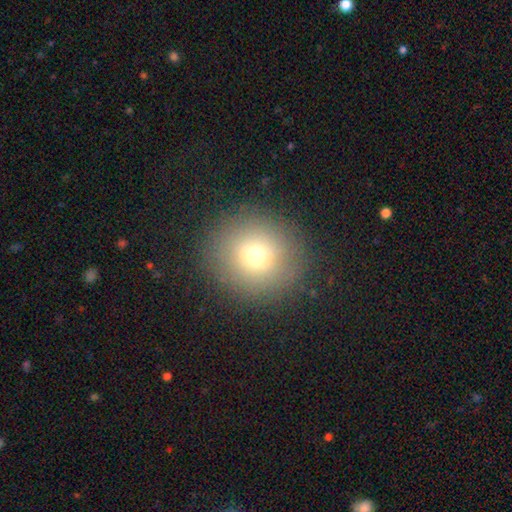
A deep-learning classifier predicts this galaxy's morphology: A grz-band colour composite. It shows a smooth galaxy with no disk features (71%) that is round (91%). Merging: none (88%).